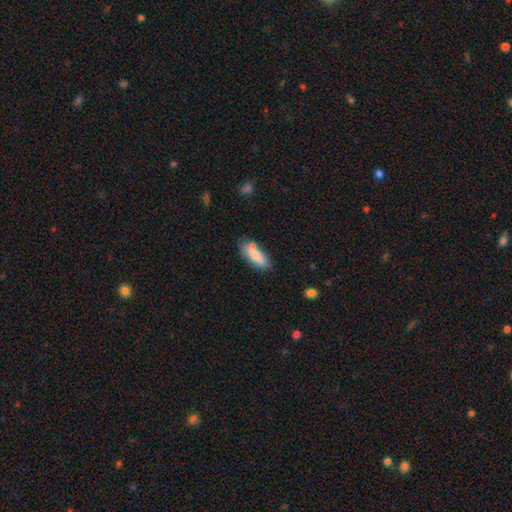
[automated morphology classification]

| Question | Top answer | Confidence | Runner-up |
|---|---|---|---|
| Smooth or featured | smooth | 78% | featured or disk (16%) |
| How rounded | in between | 68% | cigar-shaped (30%) |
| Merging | none | 61% | minor disturbance (21%) |